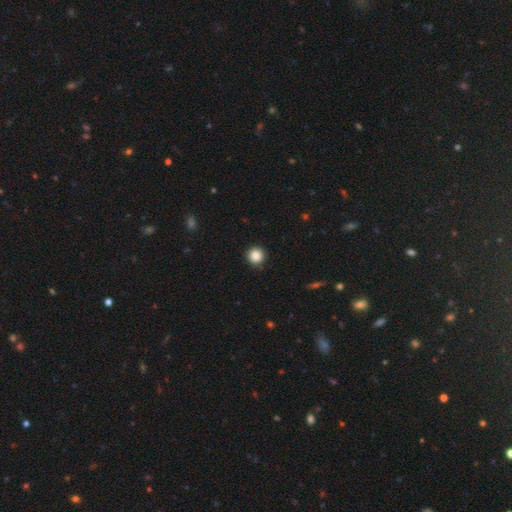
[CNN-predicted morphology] Smooth or featured? Predicted: smooth (p=0.86). How rounded? Predicted: round (p=0.95). Merging? Predicted: none (p=0.91).